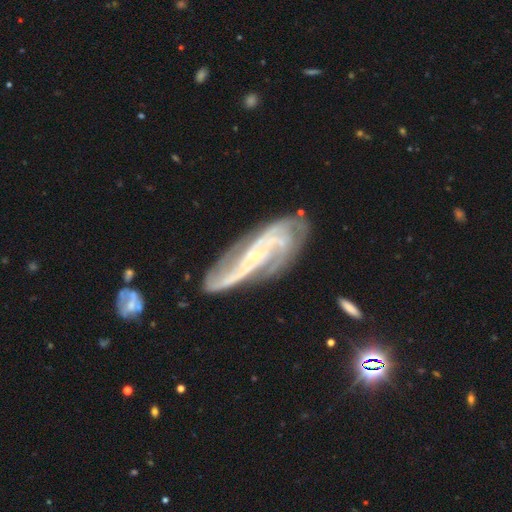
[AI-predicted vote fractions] This is clearly a featured or disk galaxy (87%). It is clearly not viewed edge-on (90%). Bar: possibly no (51%). Spiral arm pattern: clearly yes (97%). Spiral arm count: marginally 2 (36%). Spiral winding: marginally medium (43%). Central bulge: clearly small (80%). Merging: likely none (70%).